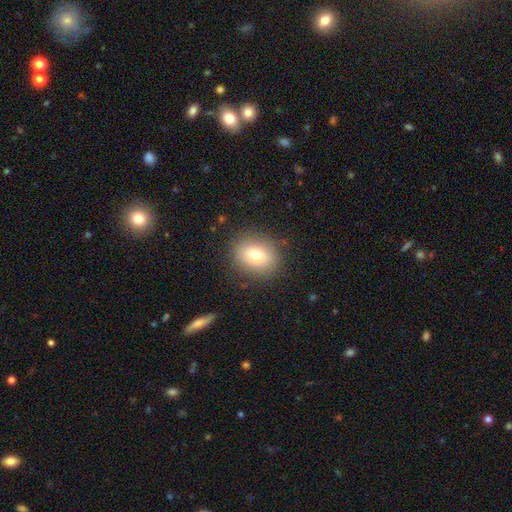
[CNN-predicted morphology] This appears to be a smooth galaxy with no disk features (75%) that is round (55%). Merging: none (85%).